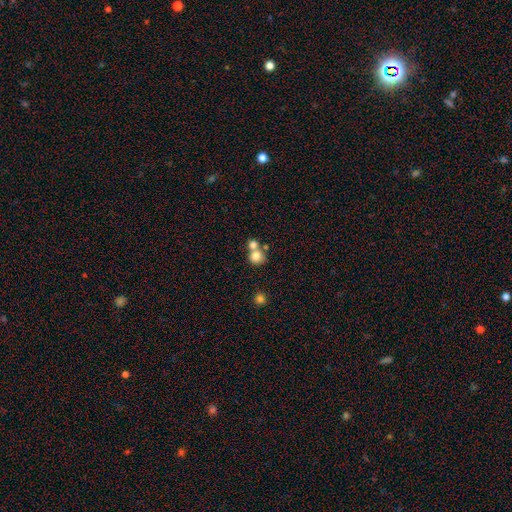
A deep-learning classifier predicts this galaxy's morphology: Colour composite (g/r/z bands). It shows a smooth galaxy with no disk features (78%) that is round (85%). Merging: merger (49%).